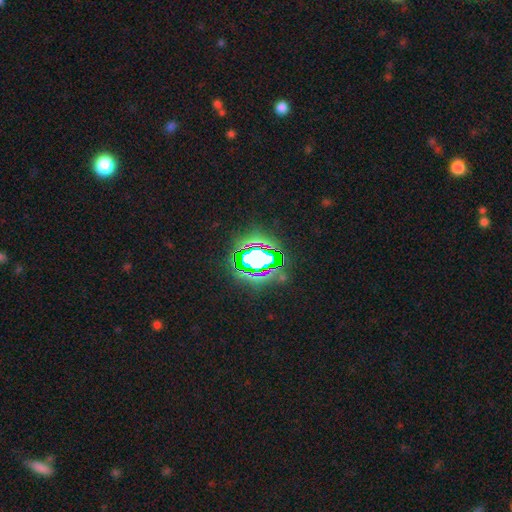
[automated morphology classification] Q: Smooth or featured?
A: star or artifact (71%); runner-up: smooth (15%)